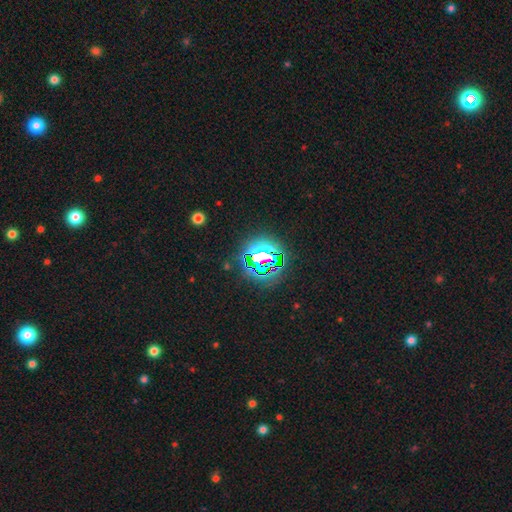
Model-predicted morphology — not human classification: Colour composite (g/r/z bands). It shows a star or artifact, not a galaxy (76%).